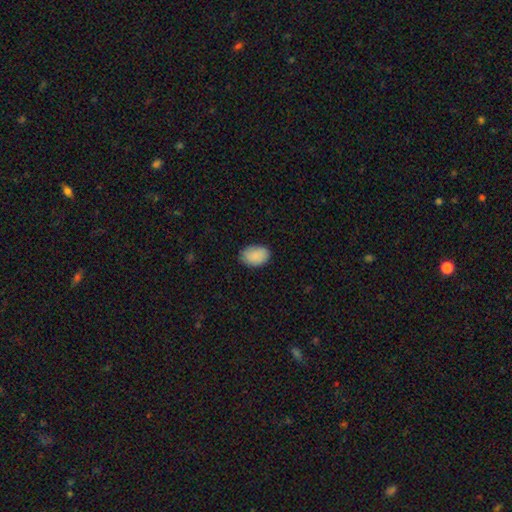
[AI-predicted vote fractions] smooth-or-featured: smooth: 89% | star or artifact: 7% | featured or disk: 4%
  how-rounded: in between: 85% | round: 14% | cigar-shaped: 1%
  merging: none: 80% | minor disturbance: 16% | major disturbance: 3% | merger: 1%